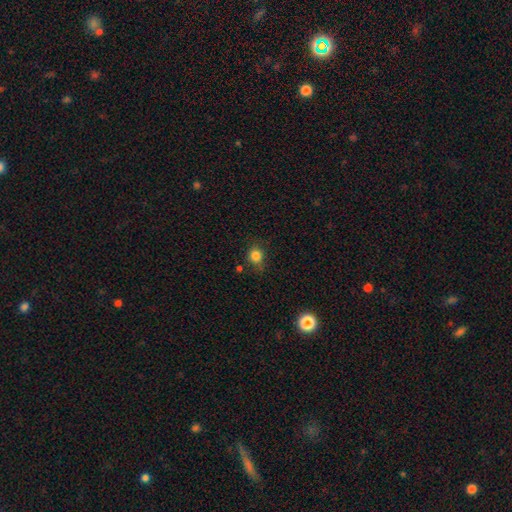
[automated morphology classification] A smooth galaxy with no disk features (83%) that is round (78%).

Vote fractions:
- Smooth or featured? smooth: 83% / star or artifact: 12% / featured or disk: 5%
- How rounded? round: 78% / in between: 20% / cigar-shaped: 1%
- Merging? none: 75% / minor disturbance: 17% / major disturbance: 5% / merger: 3%